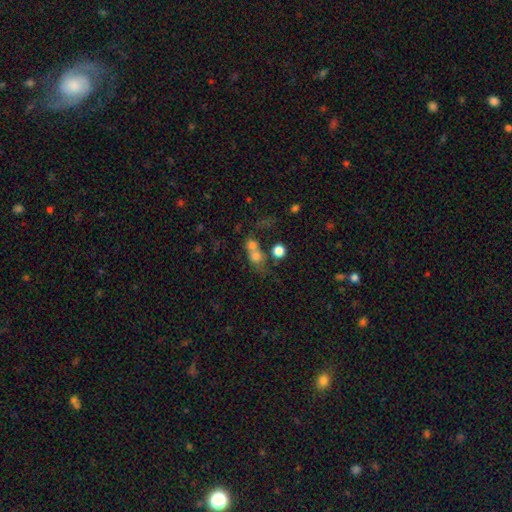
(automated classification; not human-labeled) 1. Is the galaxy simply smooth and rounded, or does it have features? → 68% smooth, 17% featured or disk, 14% star or artifact.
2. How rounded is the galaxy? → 66% round, 31% in between, 3% cigar-shaped.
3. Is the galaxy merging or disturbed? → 56% merger, 27% none, 9% major disturbance, 8% minor disturbance.